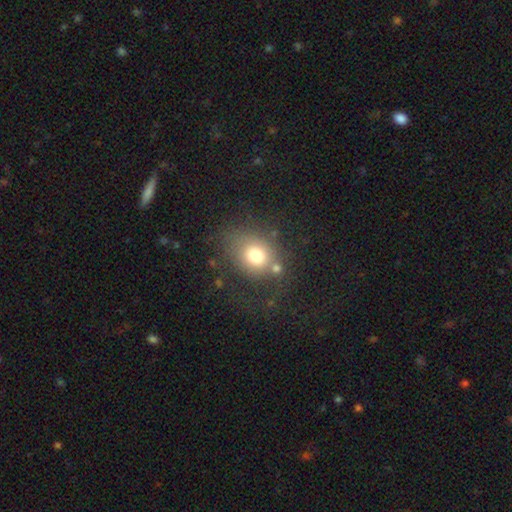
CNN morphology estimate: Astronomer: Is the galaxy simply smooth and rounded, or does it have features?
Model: smooth — 74%.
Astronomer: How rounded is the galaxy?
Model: round — 63%.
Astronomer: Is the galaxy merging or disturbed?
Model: none — 62%.